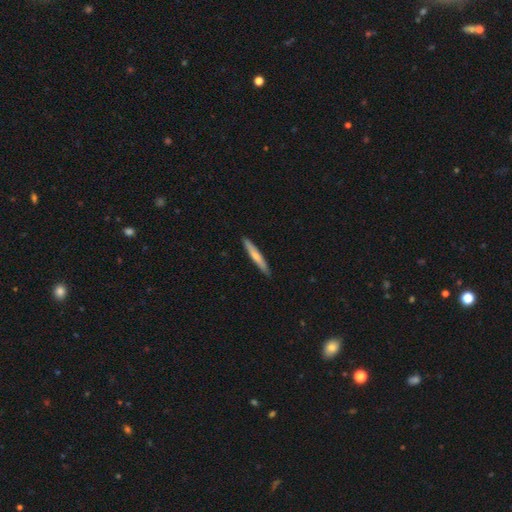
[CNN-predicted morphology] This appears to be a smooth galaxy with no disk features (63%) that is cigar-shaped (95%). Merging: none (90%).